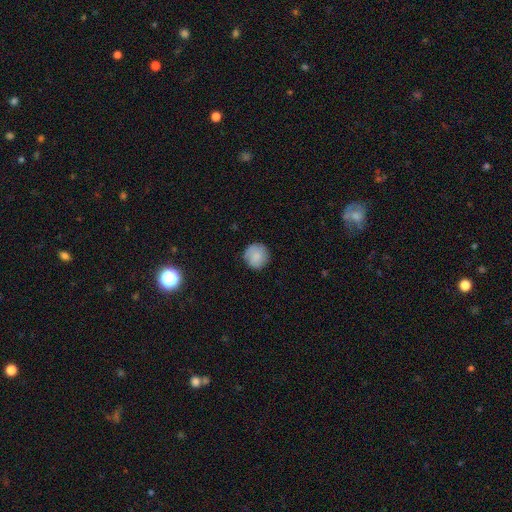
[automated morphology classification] Smooth or featured?
  - smooth: 81% *
  - featured or disk: 11%
  - star or artifact: 8%
How rounded?
  - round: 94% *
  - in between: 5%
  - cigar-shaped: 1%
Merging?
  - none: 83% *
  - minor disturbance: 13%
  - major disturbance: 3%
  - merger: 1%